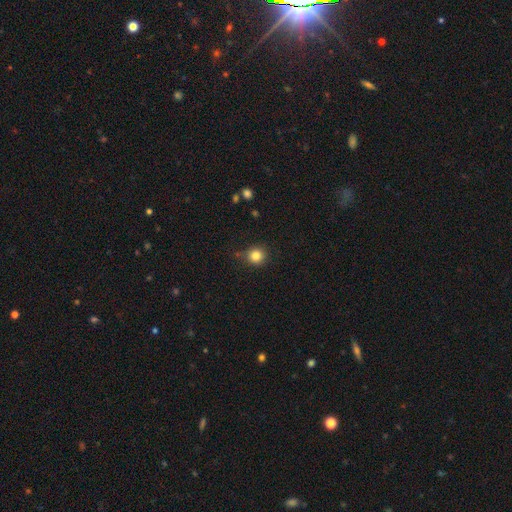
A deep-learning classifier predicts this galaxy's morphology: Smooth or featured?
  - smooth: 84% *
  - star or artifact: 11%
  - featured or disk: 5%
How rounded?
  - round: 91% *
  - in between: 8%
  - cigar-shaped: 1%
Merging?
  - none: 82% *
  - minor disturbance: 12%
  - major disturbance: 3%
  - merger: 3%